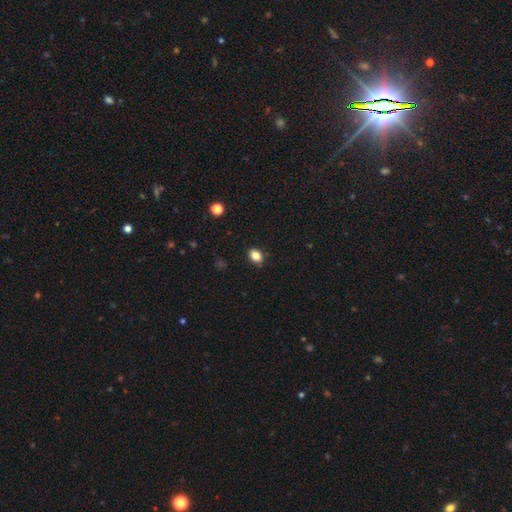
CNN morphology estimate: smooth 84%, star or artifact 11%, featured or disk 5%. Down the decision tree: how rounded — in between (64%); merging — none (86%).